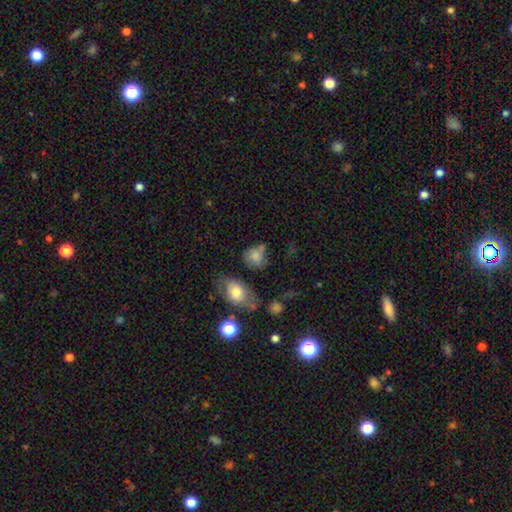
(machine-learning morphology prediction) This appears to be a smooth galaxy with no disk features (74%) that is round (58%). Merging: none (48%).